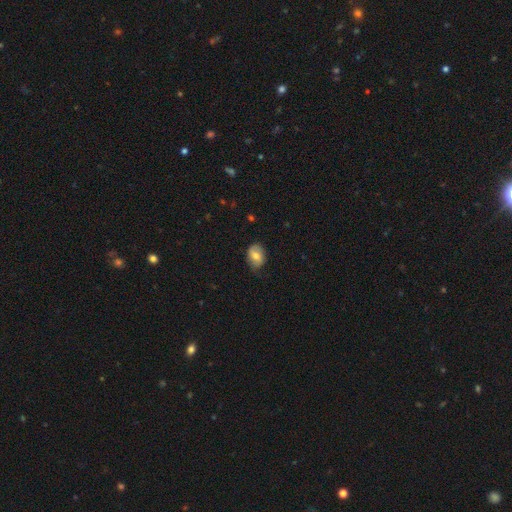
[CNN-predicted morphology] Smooth or featured?
  - smooth: 64% *
  - featured or disk: 29%
  - star or artifact: 8%
How rounded?
  - in between: 73% *
  - round: 25%
  - cigar-shaped: 1%
Merging?
  - none: 68% *
  - minor disturbance: 26%
  - major disturbance: 5%
  - merger: 1%